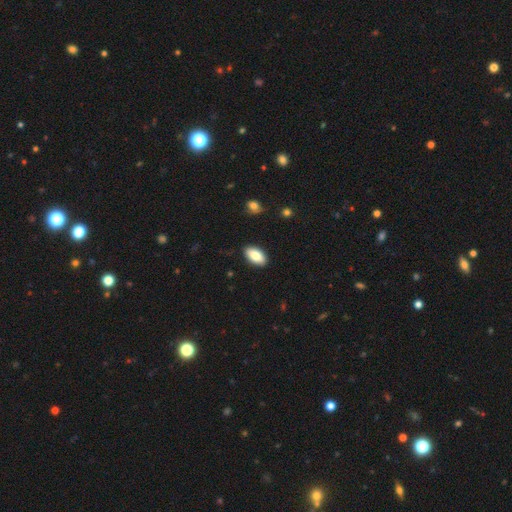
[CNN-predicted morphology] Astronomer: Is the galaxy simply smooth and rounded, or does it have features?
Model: smooth — 84%.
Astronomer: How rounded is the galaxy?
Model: in between — 93%.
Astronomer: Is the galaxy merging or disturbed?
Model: none — 88%.